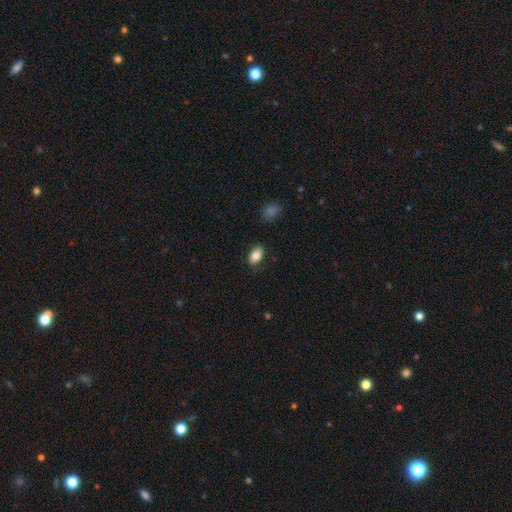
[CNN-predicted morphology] type=smooth (81%); roundness=in between (90%); merging=none (83%).